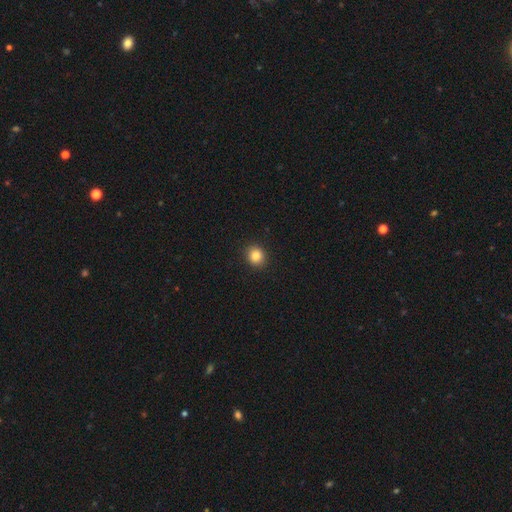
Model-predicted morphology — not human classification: Q: Smooth or featured?
A: smooth (84%); runner-up: star or artifact (11%)
Q: How rounded?
A: round (78%); runner-up: in between (21%)
Q: Merging?
A: none (92%); runner-up: minor disturbance (6%)